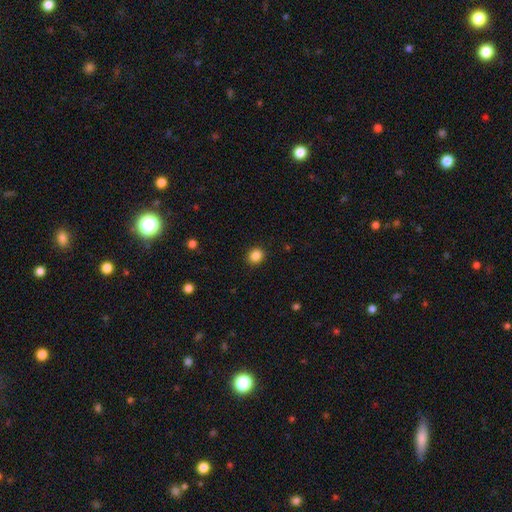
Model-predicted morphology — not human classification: This appears to be a smooth galaxy with no disk features (86%) that is round (78%). Merging: none (91%).